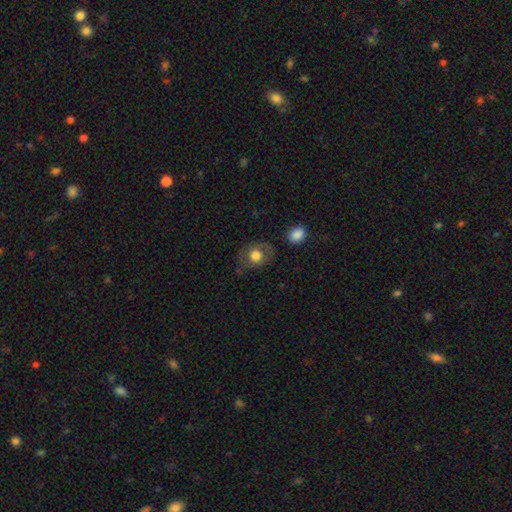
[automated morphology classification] The model was most divided on "how rounded": round: 62%, in between: 37%, cigar-shaped: 1%. More confident: merging — none (66%); smooth or featured — smooth (65%).